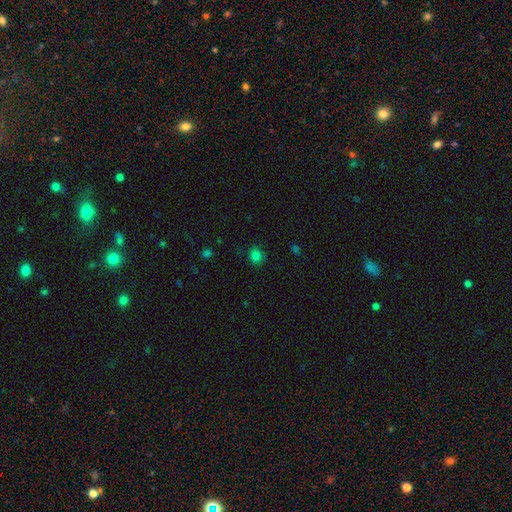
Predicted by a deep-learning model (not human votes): smooth-or-featured: smooth: 80% | star or artifact: 16% | featured or disk: 4%
  how-rounded: round: 75% | in between: 24% | cigar-shaped: 1%
  merging: none: 87% | minor disturbance: 9% | major disturbance: 2% | merger: 1%